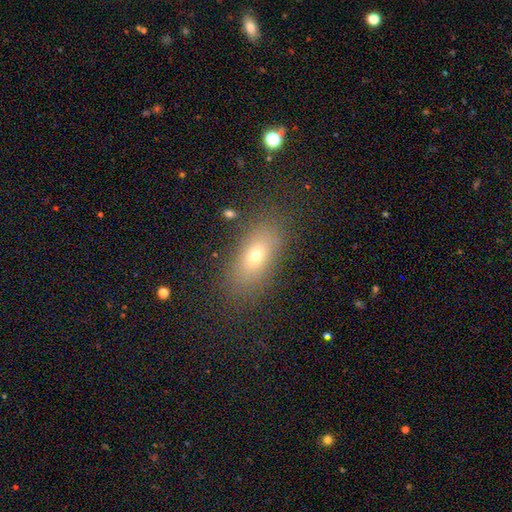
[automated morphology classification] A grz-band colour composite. It shows a smooth galaxy with no disk features (68%) that is in between round and cigar-shaped (79%). Merging: none (82%).